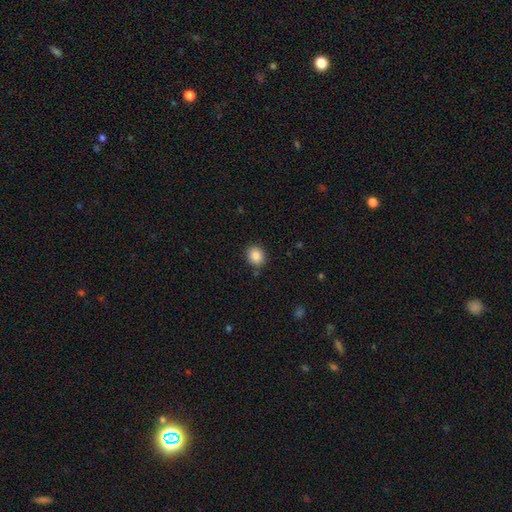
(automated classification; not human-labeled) smooth_or_featured: smooth (p=0.86) [alt: star or artifact p=0.09]
how_rounded: round (p=0.81) [alt: in between p=0.19]
merging: none (p=0.87) [alt: minor disturbance p=0.08]